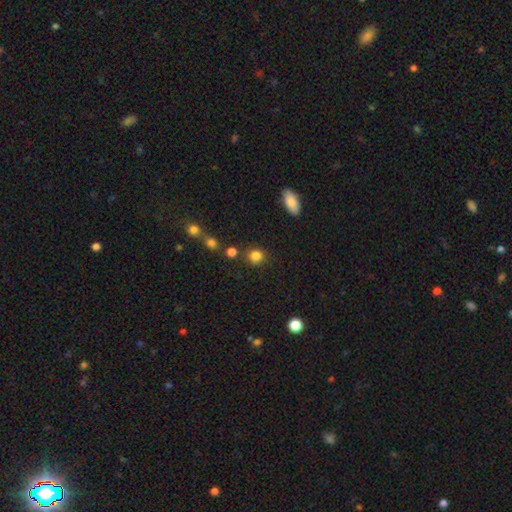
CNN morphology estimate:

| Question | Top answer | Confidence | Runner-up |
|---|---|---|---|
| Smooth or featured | smooth | 83% | star or artifact (12%) |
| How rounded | round | 84% | in between (15%) |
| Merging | none | 80% | minor disturbance (10%) |